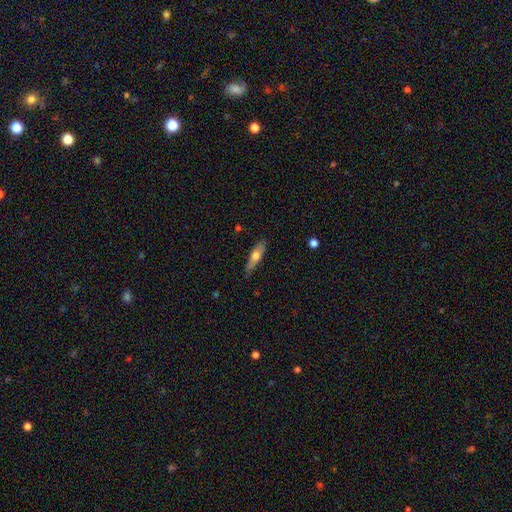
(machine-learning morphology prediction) smooth_or_featured: smooth (p=0.58) [alt: featured or disk p=0.36]
how_rounded: cigar-shaped (p=0.65) [alt: in between p=0.33]
merging: none (p=0.76) [alt: minor disturbance p=0.19]